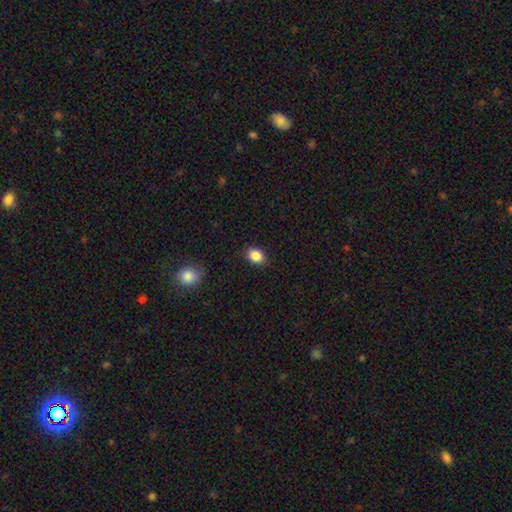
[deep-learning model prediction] Q: Smooth or featured?
A: smooth (87%); runner-up: star or artifact (9%)
Q: How rounded?
A: in between (61%); runner-up: round (38%)
Q: Merging?
A: none (88%); runner-up: minor disturbance (9%)